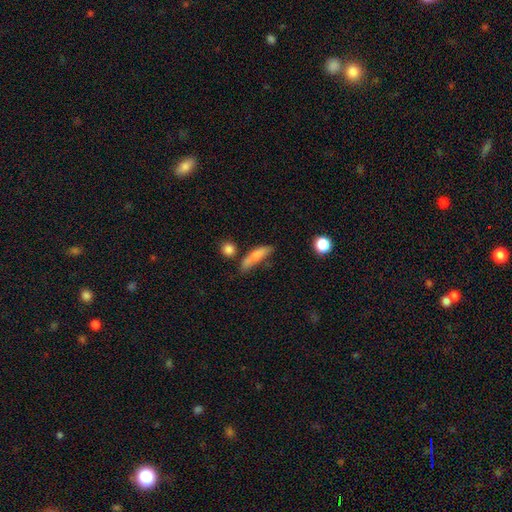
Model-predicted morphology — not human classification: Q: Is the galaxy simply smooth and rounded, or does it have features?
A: smooth — 73%.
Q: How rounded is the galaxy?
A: cigar-shaped — 62%.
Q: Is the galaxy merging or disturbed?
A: none — 50%.